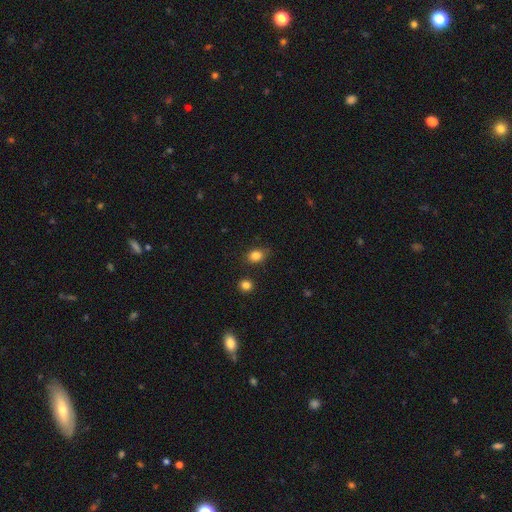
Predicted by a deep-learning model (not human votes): Smooth or featured? smooth (84%)
How rounded? in between (55%)
Merging? none (79%)